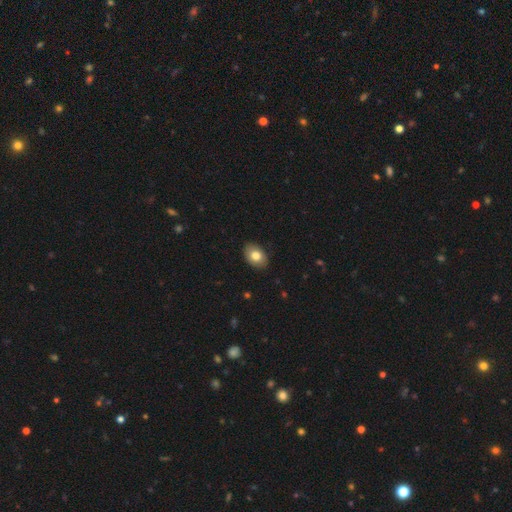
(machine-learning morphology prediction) Smooth or featured?
  - smooth: 80% *
  - featured or disk: 12%
  - star or artifact: 7%
How rounded?
  - in between: 83% *
  - round: 16%
  - cigar-shaped: 1%
Merging?
  - none: 89% *
  - minor disturbance: 9%
  - major disturbance: 2%
  - merger: 1%